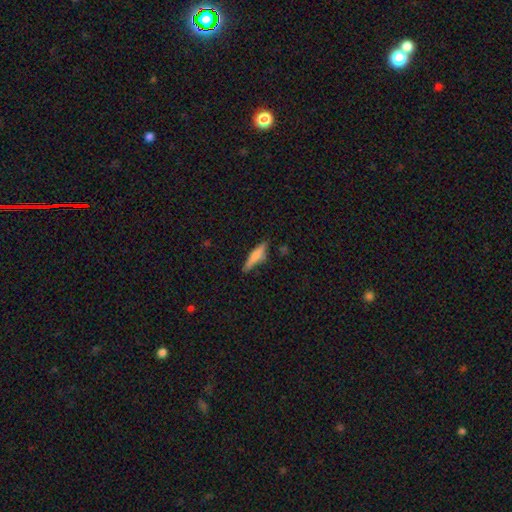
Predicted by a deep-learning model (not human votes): smooth-or-featured: smooth: 64% | featured or disk: 29% | star or artifact: 7%
  how-rounded: cigar-shaped: 81% | in between: 17% | round: 2%
  merging: none: 77% | minor disturbance: 16% | major disturbance: 4% | merger: 3%